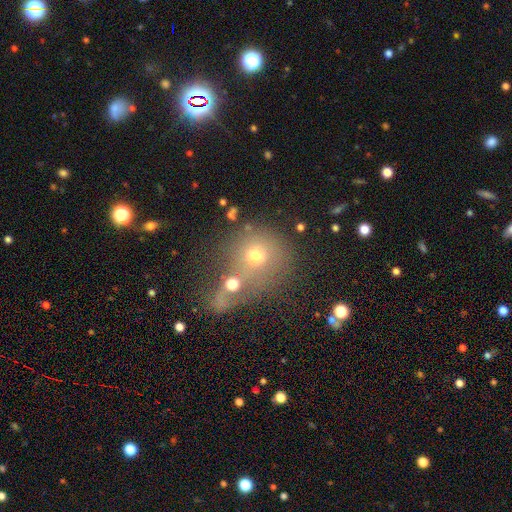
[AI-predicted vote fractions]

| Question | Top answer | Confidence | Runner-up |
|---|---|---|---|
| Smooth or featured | smooth | 63% | featured or disk (20%) |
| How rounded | round | 83% | in between (16%) |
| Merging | merger | 52% | none (32%) |